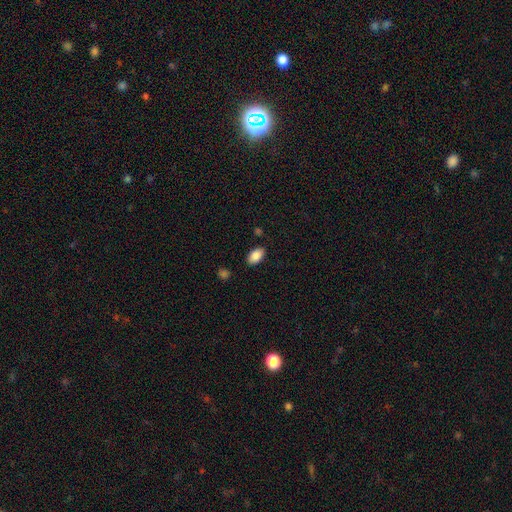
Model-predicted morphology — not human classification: This is clearly a smooth galaxy (87%). How rounded: clearly in between (93%). Merging: clearly none (85%).